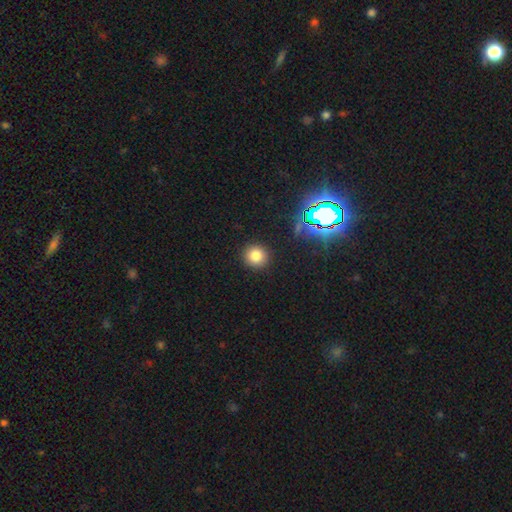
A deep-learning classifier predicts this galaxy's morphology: smooth_or_featured: smooth (p=0.78) [alt: star or artifact p=0.15]
how_rounded: round (p=0.92) [alt: in between p=0.07]
merging: none (p=0.91) [alt: minor disturbance p=0.06]